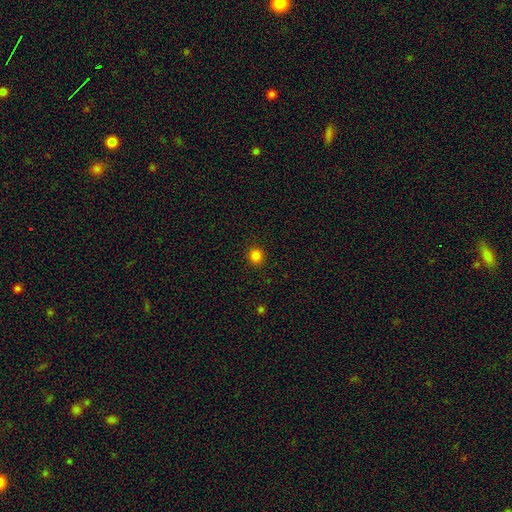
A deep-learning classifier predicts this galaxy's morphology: This is clearly a smooth galaxy (83%). How rounded: clearly round (90%). Merging: clearly none (92%).